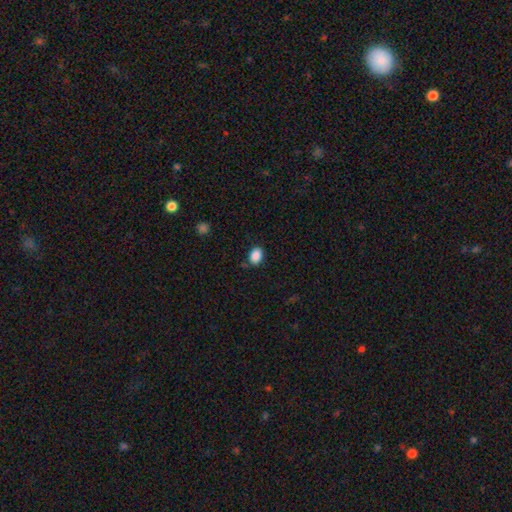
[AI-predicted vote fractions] smooth 88%, star or artifact 9%, featured or disk 3%. Down the decision tree: how rounded — in between (75%); merging — none (81%).